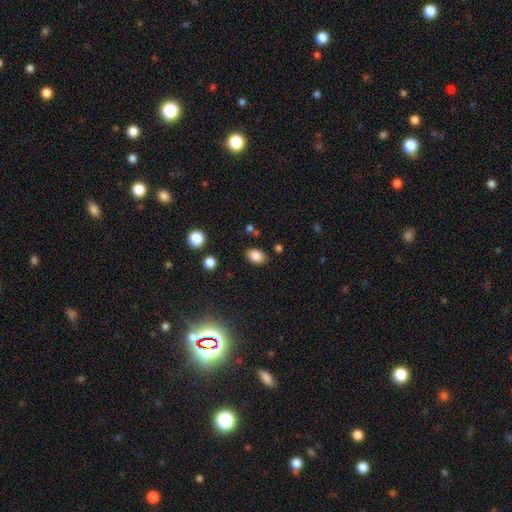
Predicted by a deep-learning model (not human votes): smooth_or_featured: smooth (p=0.84) [alt: star or artifact p=0.10]
how_rounded: in between (p=0.77) [alt: round p=0.22]
merging: none (p=0.82) [alt: minor disturbance p=0.12]